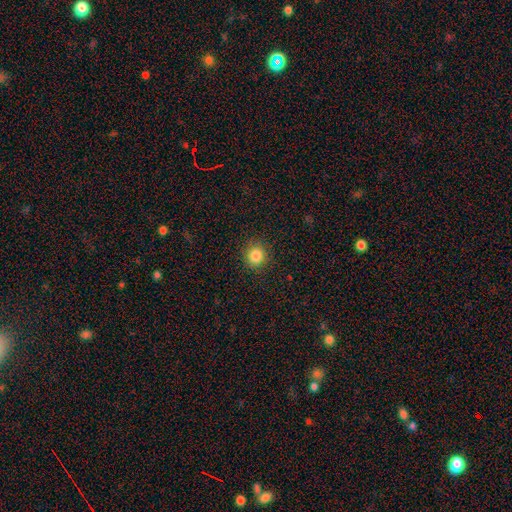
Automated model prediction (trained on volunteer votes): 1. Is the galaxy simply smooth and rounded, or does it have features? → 84% smooth, 11% star or artifact, 5% featured or disk.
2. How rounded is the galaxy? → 90% round, 9% in between, 1% cigar-shaped.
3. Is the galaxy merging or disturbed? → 90% none, 6% minor disturbance, 2% major disturbance, 1% merger.